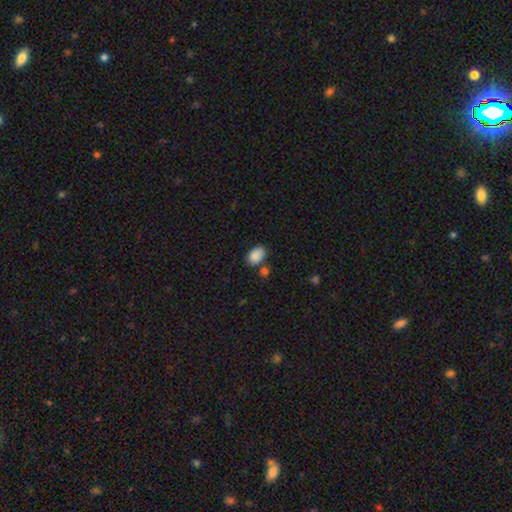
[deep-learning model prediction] Smooth or featured? smooth (88%)
How rounded? in between (86%)
Merging? none (68%)